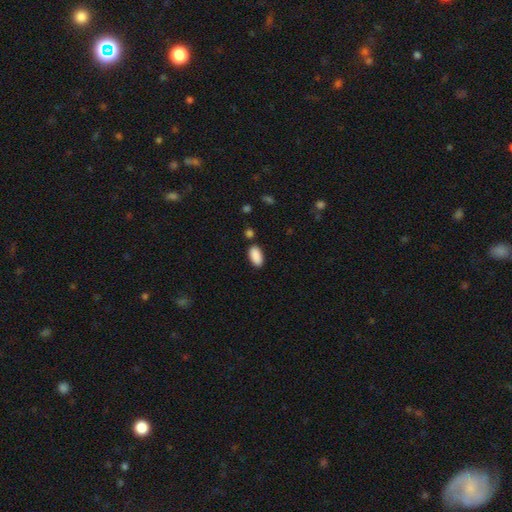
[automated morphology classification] A smooth galaxy with no disk features (90%) that is in between round and cigar-shaped (93%).

Vote fractions:
- Smooth or featured? smooth: 90% / star or artifact: 7% / featured or disk: 3%
- How rounded? in between: 93% / cigar-shaped: 5% / round: 3%
- Merging? none: 82% / minor disturbance: 11% / merger: 5% / major disturbance: 3%